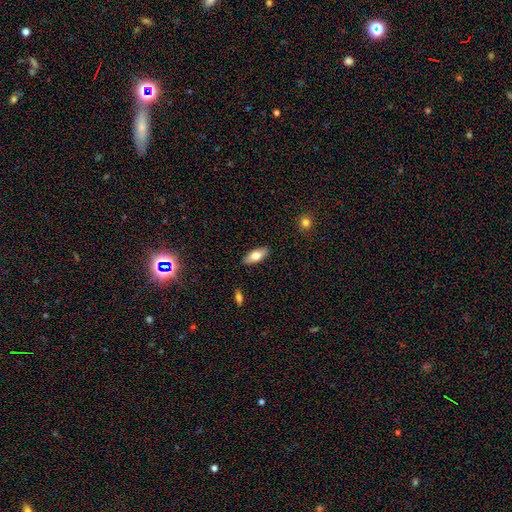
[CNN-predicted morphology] Overall: smooth (74%). How rounded: in between (81%). Merging: none (88%).